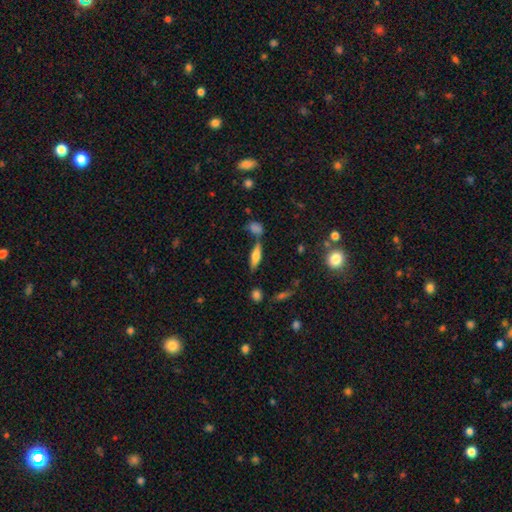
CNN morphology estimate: Smooth or featured? Predicted: smooth (p=0.56). How rounded? Predicted: cigar-shaped (p=0.56). Merging? Predicted: none (p=0.66).